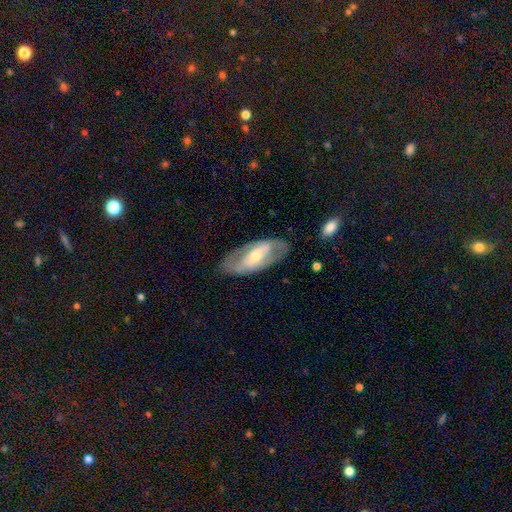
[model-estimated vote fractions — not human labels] Morphology: type=featured or disk (66%); edge-on=no (89%); bar=no (35%); spiral arms=yes (50%, tied with no); bulge=moderate (47%); merging=none (75%).